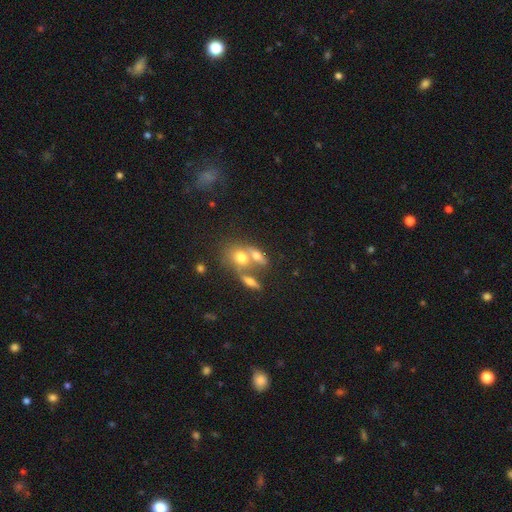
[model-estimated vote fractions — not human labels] smooth_or_featured: smooth (p=0.53) [alt: star or artifact p=0.28]
how_rounded: round (p=0.62) [alt: in between p=0.35]
merging: merger (p=0.47) [alt: none p=0.40]